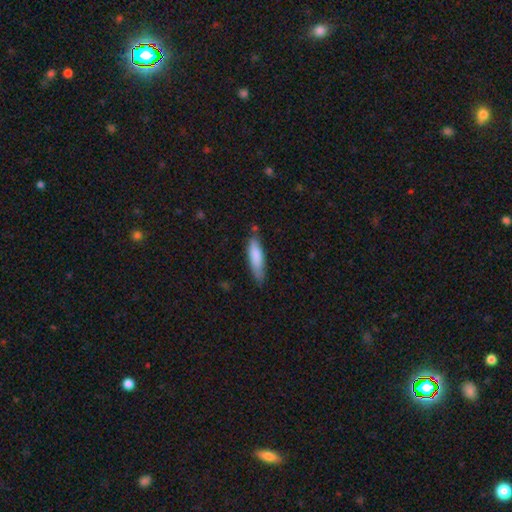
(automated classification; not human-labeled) smooth-or-featured: smooth: 81% | featured or disk: 13% | star or artifact: 5%
  how-rounded: cigar-shaped: 68% | in between: 31% | round: 1%
  merging: none: 71% | minor disturbance: 22% | major disturbance: 4% | merger: 3%